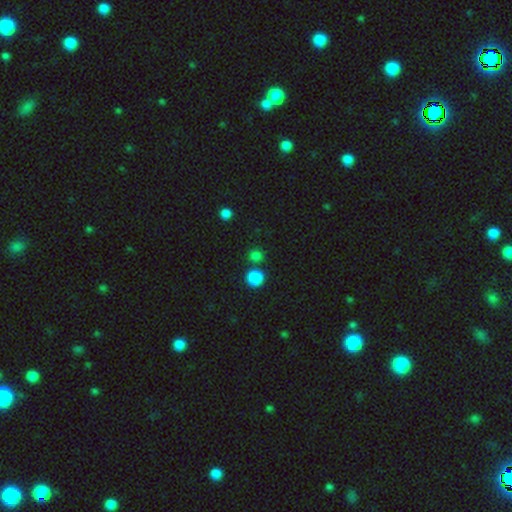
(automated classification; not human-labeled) This is clearly a smooth galaxy (81%). How rounded: clearly round (81%). Merging: likely none (71%).